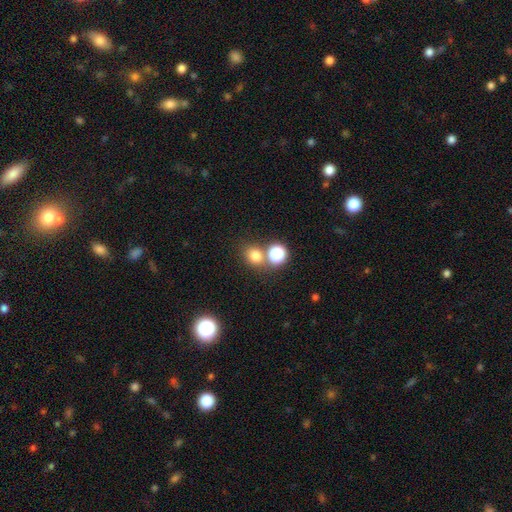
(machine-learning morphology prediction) smooth 74%, star or artifact 19%, featured or disk 7%. Down the decision tree: how rounded — round (73%); merging — none (62%).